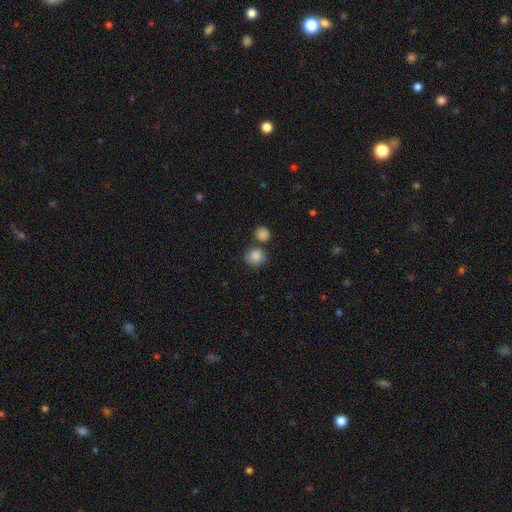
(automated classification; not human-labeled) smooth 86%, star or artifact 8%, featured or disk 6%. Down the decision tree: how rounded — round (83%); merging — none (64%).